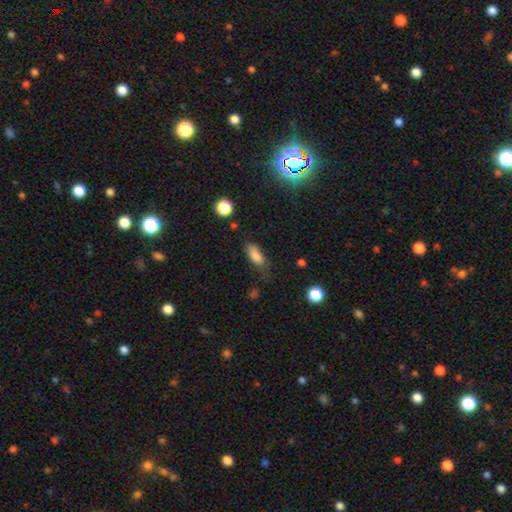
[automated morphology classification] smooth_or_featured: smooth (p=0.83) [alt: star or artifact p=0.09]
how_rounded: in between (p=0.77) [alt: cigar-shaped p=0.19]
merging: none (p=0.57) [alt: minor disturbance p=0.29]